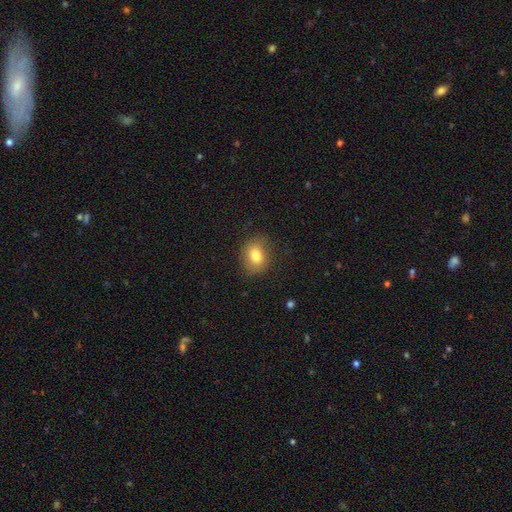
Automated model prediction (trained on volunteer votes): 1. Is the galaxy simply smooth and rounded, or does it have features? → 79% smooth, 11% featured or disk, 9% star or artifact.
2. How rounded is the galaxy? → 56% in between, 43% round, 1% cigar-shaped.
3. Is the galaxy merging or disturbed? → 78% none, 16% minor disturbance, 5% major disturbance, 1% merger.